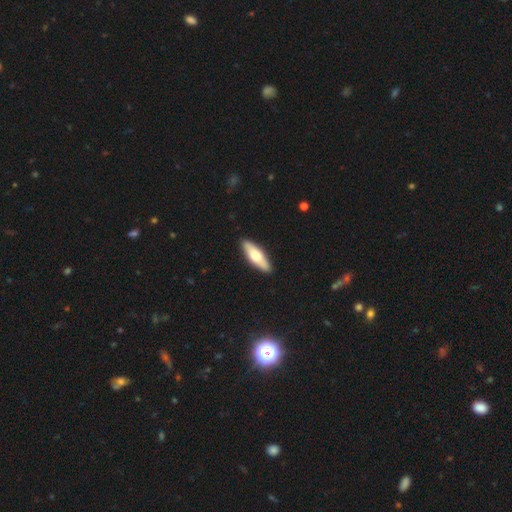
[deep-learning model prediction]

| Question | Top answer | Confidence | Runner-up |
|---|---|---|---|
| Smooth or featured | smooth | 59% | featured or disk (37%) |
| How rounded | cigar-shaped | 53% | in between (45%) |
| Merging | none | 90% | minor disturbance (7%) |